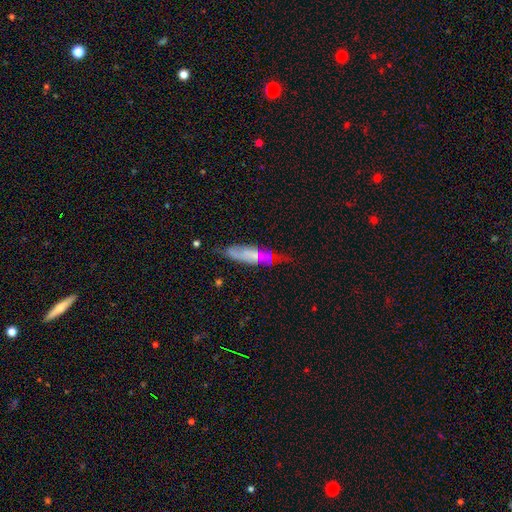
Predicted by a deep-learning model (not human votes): This appears to be a featured or disk galaxy (54%). Merging: none (57%).